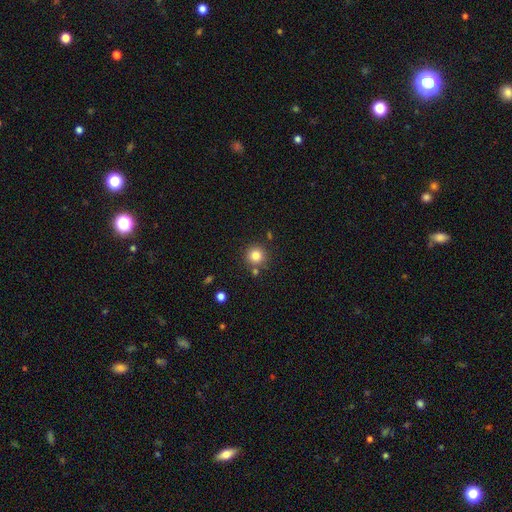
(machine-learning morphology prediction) A smooth galaxy with no disk features (83%) that is round (94%). Merging: none (81%).